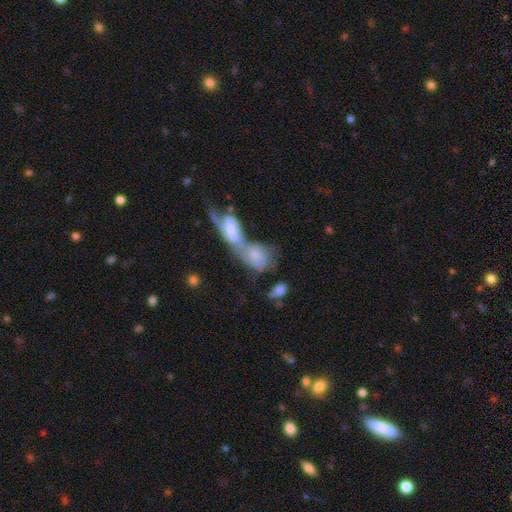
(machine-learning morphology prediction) Q: Smooth or featured?
A: smooth (54%); runner-up: featured or disk (38%)
Q: How rounded?
A: in between (75%); runner-up: round (20%)
Q: Merging?
A: merger (79%); runner-up: none (9%)